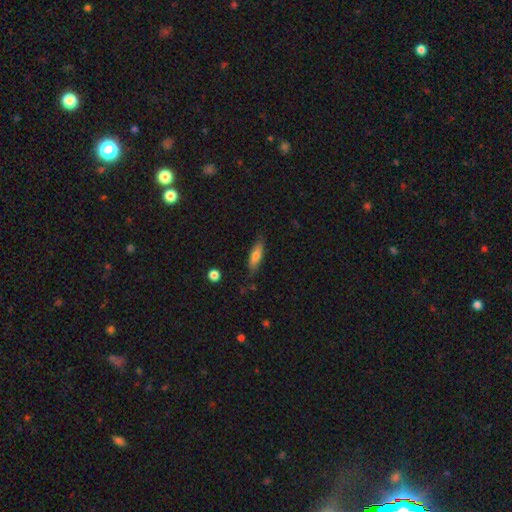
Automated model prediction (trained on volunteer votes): A smooth galaxy with no disk features (71%) that is cigar-shaped (54%).

Vote fractions:
- Smooth or featured? smooth: 71% / featured or disk: 22% / star or artifact: 7%
- How rounded? cigar-shaped: 54% / in between: 43% / round: 2%
- Merging? none: 79% / minor disturbance: 16% / major disturbance: 3% / merger: 2%